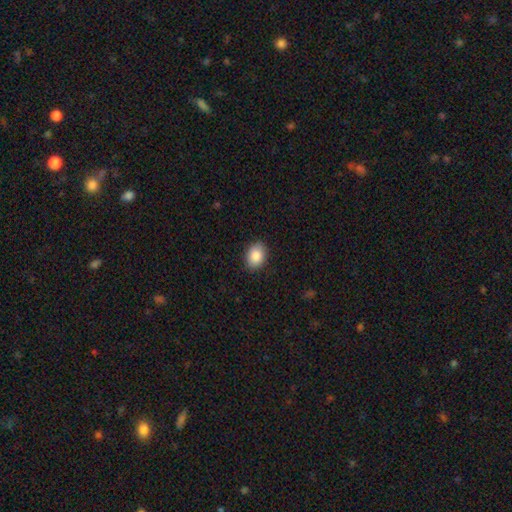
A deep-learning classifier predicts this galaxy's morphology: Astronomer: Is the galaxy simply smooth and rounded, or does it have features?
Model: smooth — 87%.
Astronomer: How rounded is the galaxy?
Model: in between — 73%.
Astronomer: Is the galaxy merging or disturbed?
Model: none — 89%.